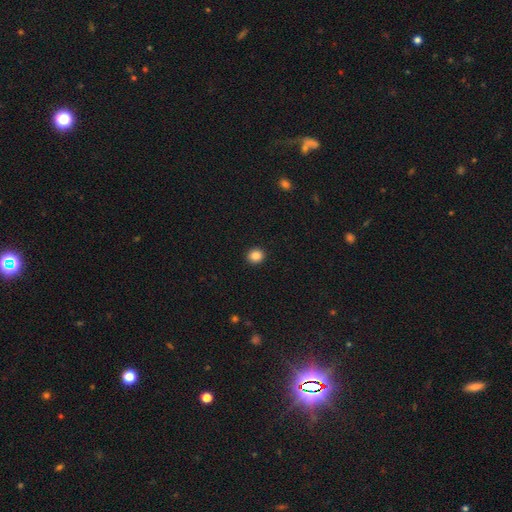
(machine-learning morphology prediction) The model was most divided on "how rounded": round: 84%, in between: 15%, cigar-shaped: 1%. More confident: merging — none (93%); smooth or featured — smooth (86%).